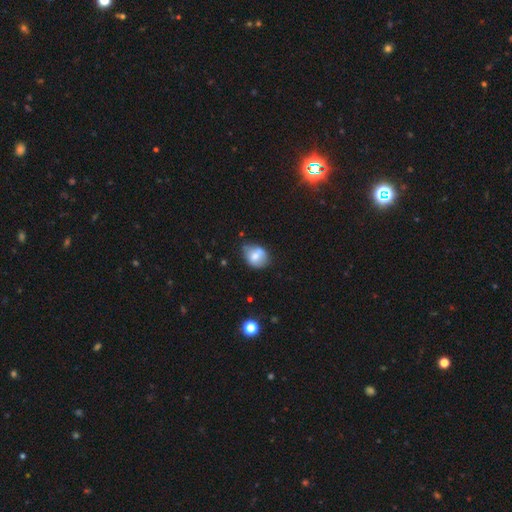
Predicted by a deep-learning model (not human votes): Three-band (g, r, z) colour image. It shows a smooth galaxy with no disk features (69%) that is in between round and cigar-shaped (49%, tied with round). Merging: none (49%).